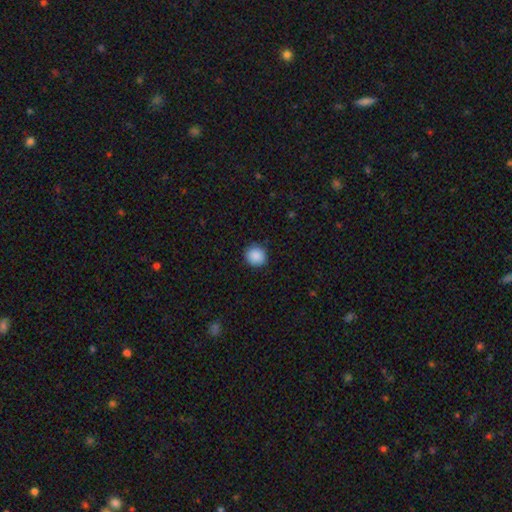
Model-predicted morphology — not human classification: type=smooth (89%); roundness=round (93%); merging=none (90%).